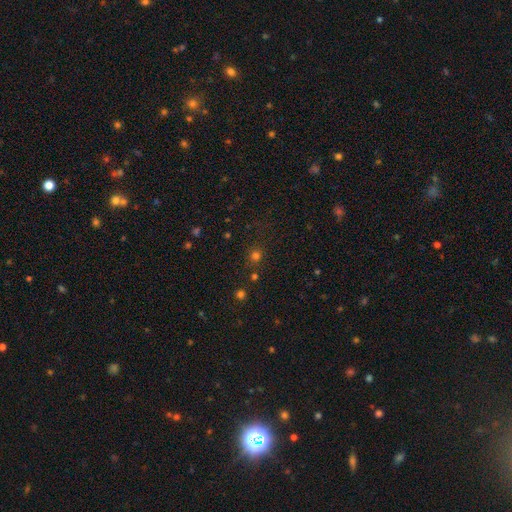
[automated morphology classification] Smooth or featured?
  - smooth: 70% *
  - star or artifact: 25%
  - featured or disk: 6%
How rounded?
  - round: 90% *
  - in between: 9%
  - cigar-shaped: 1%
Merging?
  - none: 81% *
  - minor disturbance: 9%
  - merger: 5%
  - major disturbance: 4%